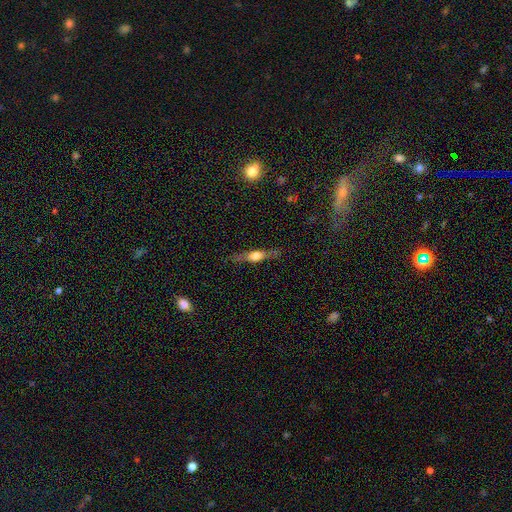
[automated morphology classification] smooth-or-featured: featured or disk: 54% | smooth: 39% | star or artifact: 7%
  disk-edge-on: yes: 90% | no: 10%
  merging: none: 79% | minor disturbance: 15% | major disturbance: 5% | merger: 2%